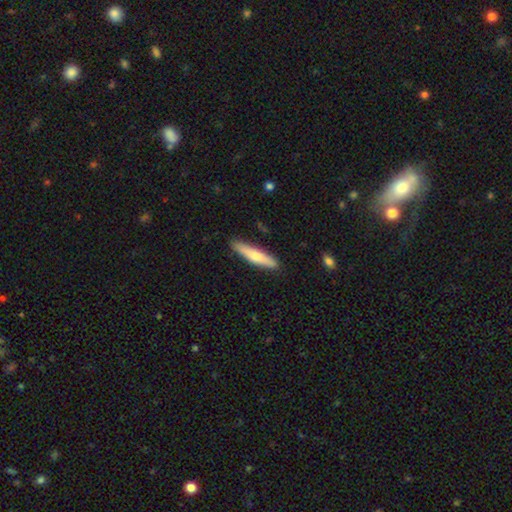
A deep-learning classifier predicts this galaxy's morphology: Overall: smooth (67%; featured or disk 28%). How rounded: cigar-shaped (86%). Merging: none (88%).